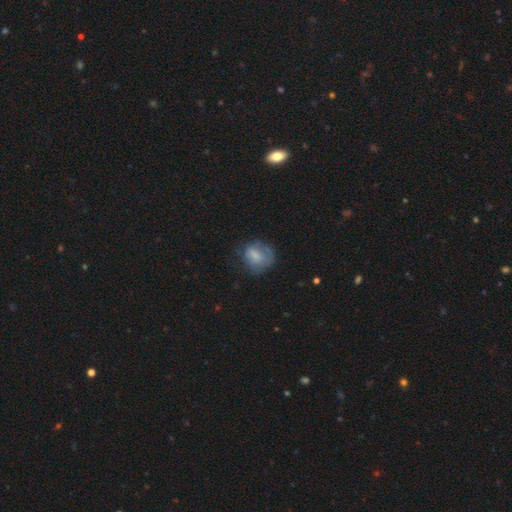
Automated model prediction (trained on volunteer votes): Morphology: type=smooth (66%); roundness=round (60%); merging=none (47%).